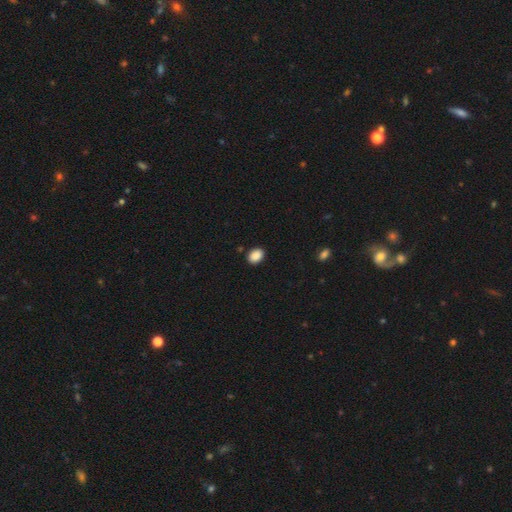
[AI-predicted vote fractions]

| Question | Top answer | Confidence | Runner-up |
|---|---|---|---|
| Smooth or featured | smooth | 89% | star or artifact (8%) |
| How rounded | in between | 71% | round (28%) |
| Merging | none | 89% | minor disturbance (8%) |